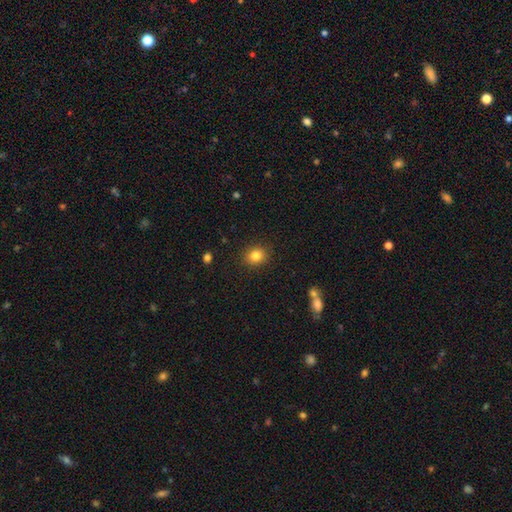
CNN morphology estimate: Overall: smooth (83%). How rounded: round (71%). Merging: none (89%).